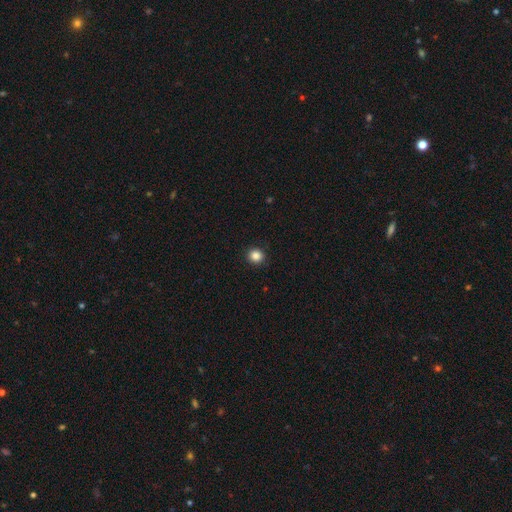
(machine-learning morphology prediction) This is clearly a smooth galaxy (85%). How rounded: clearly round (89%). Merging: clearly none (92%).